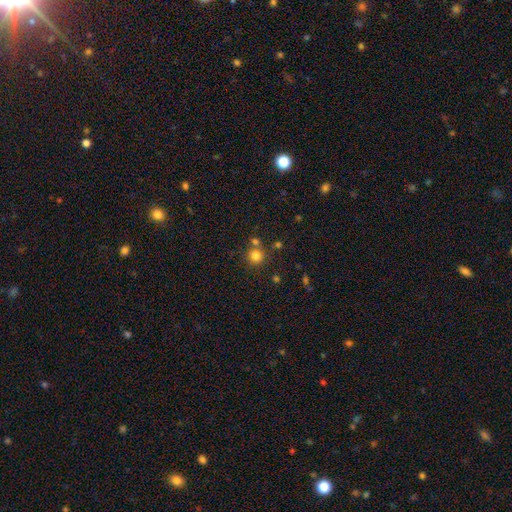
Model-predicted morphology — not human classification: smooth-or-featured: smooth: 80% | star or artifact: 14% | featured or disk: 6%
  how-rounded: round: 92% | in between: 7% | cigar-shaped: 1%
  merging: none: 71% | merger: 18% | minor disturbance: 8% | major disturbance: 3%